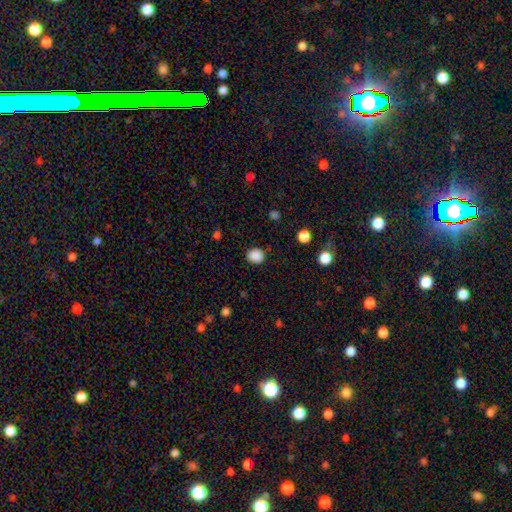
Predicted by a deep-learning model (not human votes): smooth_or_featured: smooth (p=0.87) [alt: star or artifact p=0.10]
how_rounded: round (p=0.72) [alt: in between p=0.27]
merging: none (p=0.86) [alt: minor disturbance p=0.10]